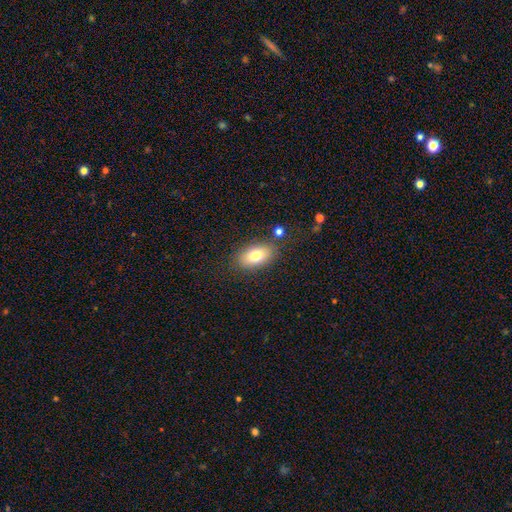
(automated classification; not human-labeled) Smooth or featured? Predicted: smooth (p=0.78). How rounded? Predicted: in between (p=0.90). Merging? Predicted: none (p=0.81).